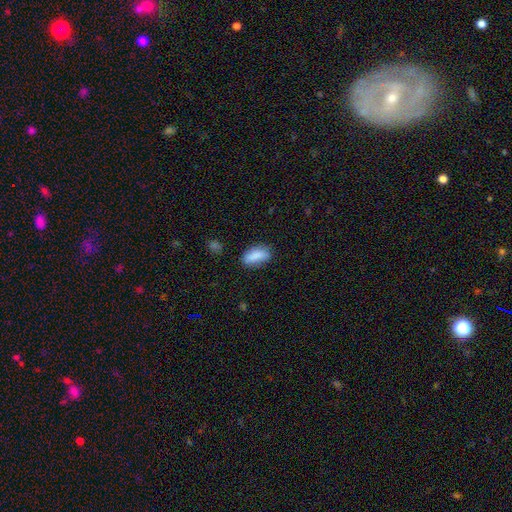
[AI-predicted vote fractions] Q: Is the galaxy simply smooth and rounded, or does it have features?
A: smooth — 84%.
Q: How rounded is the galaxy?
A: in between — 84%.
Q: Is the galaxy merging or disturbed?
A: none — 72%.